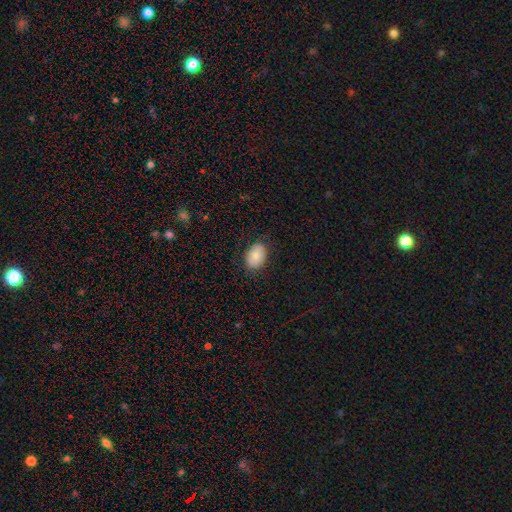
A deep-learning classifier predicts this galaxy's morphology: Overall: smooth (84%). How rounded: in between (81%). Merging: none (84%).